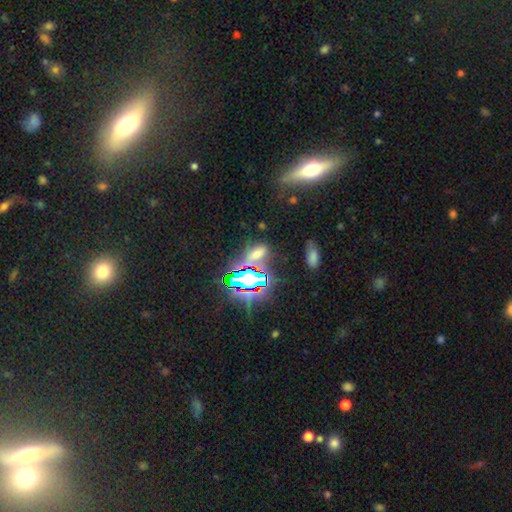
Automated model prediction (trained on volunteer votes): This is likely a star or artifact rather than a galaxy (65%).